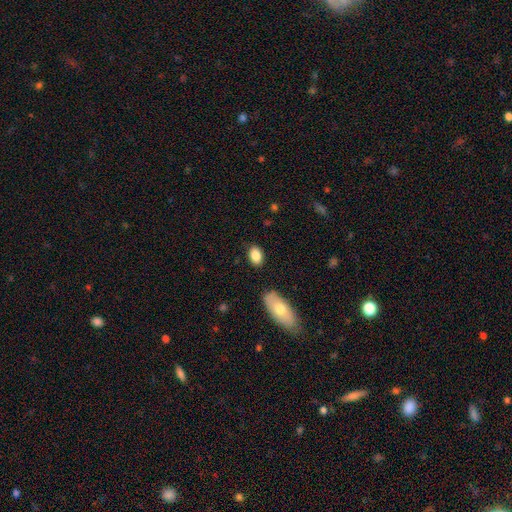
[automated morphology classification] Overall: smooth (86%). How rounded: in between (87%). Merging: none (84%).